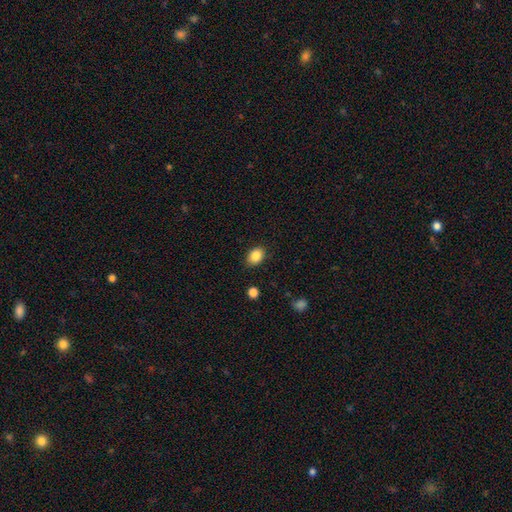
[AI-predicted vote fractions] This is clearly a smooth galaxy (86%). How rounded: likely in between (70%). Merging: clearly none (85%).